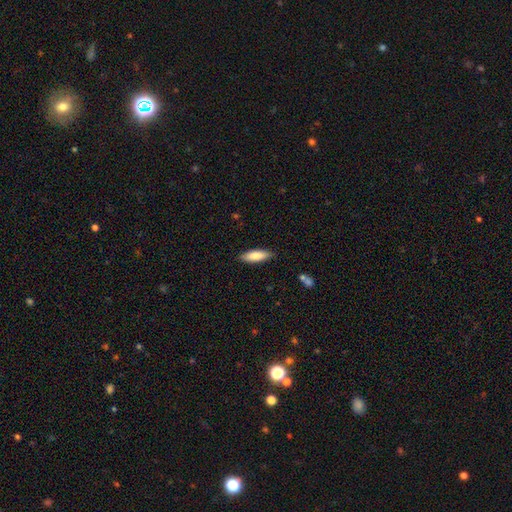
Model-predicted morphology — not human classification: smooth 81%, featured or disk 13%, star or artifact 6%. Down the decision tree: how rounded — in between (55%); merging — none (86%).